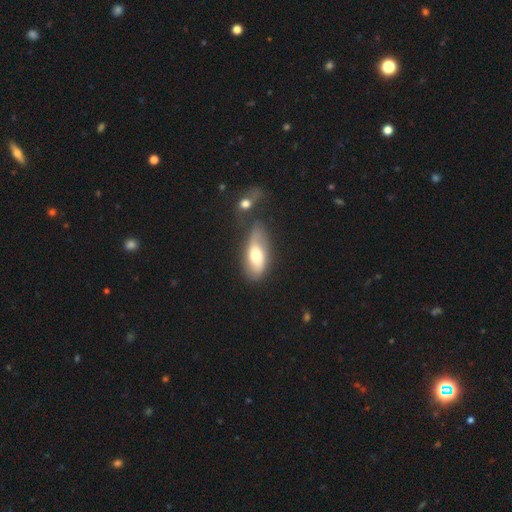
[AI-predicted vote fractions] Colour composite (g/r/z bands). It shows a smooth galaxy with no disk features (50%). Merging: none (49%).